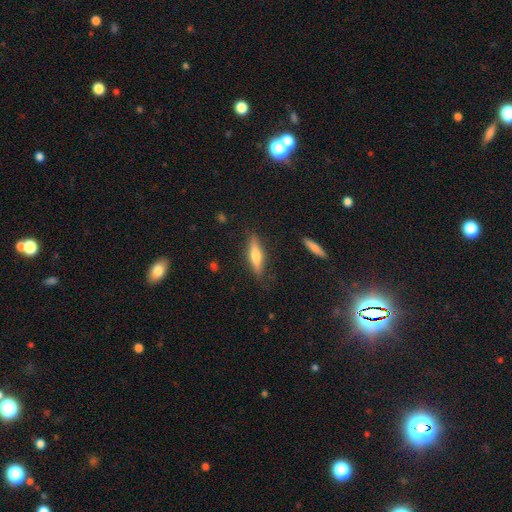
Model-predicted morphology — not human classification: smooth_or_featured: smooth (p=0.54) [alt: featured or disk p=0.40]
how_rounded: cigar-shaped (p=0.73) [alt: in between p=0.25]
merging: none (p=0.82) [alt: minor disturbance p=0.13]